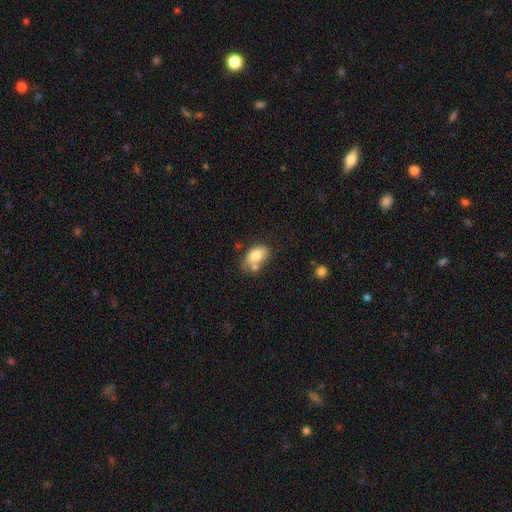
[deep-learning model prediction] This appears to be a smooth galaxy with no disk features (78%) that is in between round and cigar-shaped (85%). Merging: none (44%).